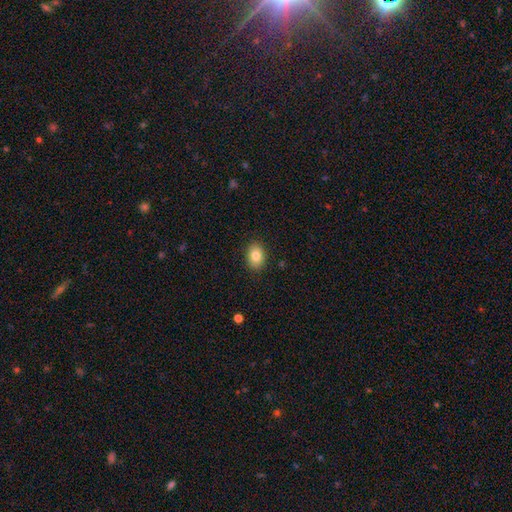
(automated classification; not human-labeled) The model was most divided on "how rounded": in between: 77%, round: 22%, cigar-shaped: 1%. More confident: merging — none (88%); smooth or featured — smooth (83%).